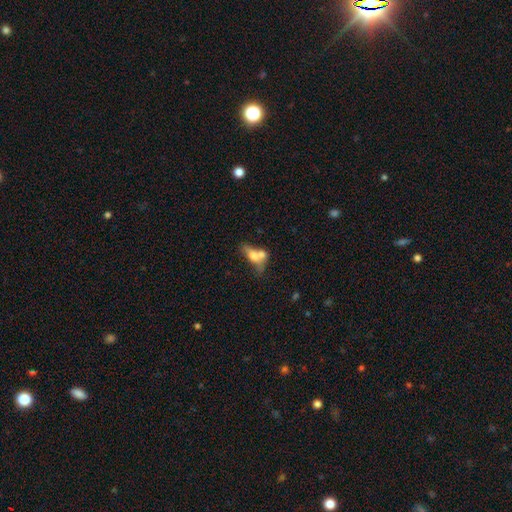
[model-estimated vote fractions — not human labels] Smooth or featured?
  - smooth: 59% *
  - featured or disk: 31%
  - star or artifact: 9%
How rounded?
  - in between: 67% *
  - cigar-shaped: 17%
  - round: 16%
Merging?
  - merger: 58% *
  - none: 20%
  - major disturbance: 11%
  - minor disturbance: 11%